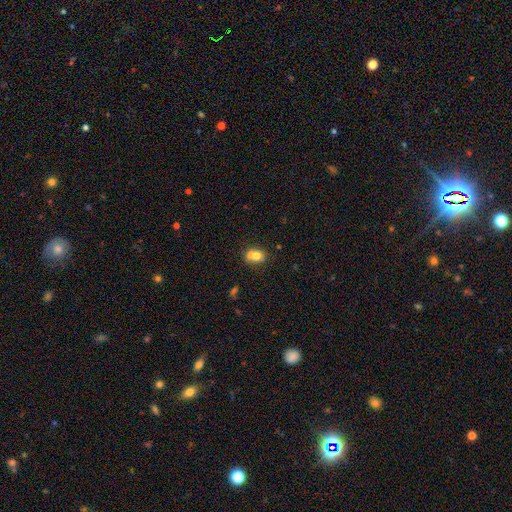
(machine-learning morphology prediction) This is likely a smooth galaxy (71%). How rounded: possibly in between (50%). Merging: possibly merger (46%).